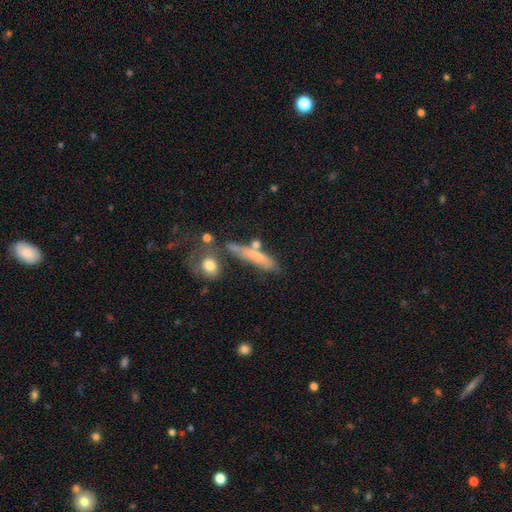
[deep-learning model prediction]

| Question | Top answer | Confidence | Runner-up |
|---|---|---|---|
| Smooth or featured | smooth | 62% | featured or disk (30%) |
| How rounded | cigar-shaped | 80% | in between (15%) |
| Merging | none | 51% | merger (19%) |